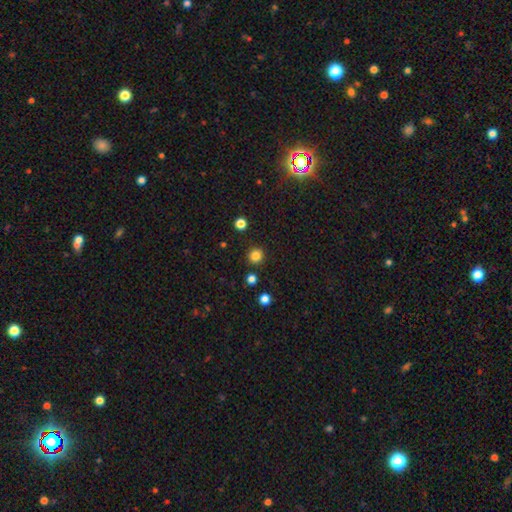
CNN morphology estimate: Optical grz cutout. It shows a smooth galaxy with no disk features (83%) that is round (95%). Merging: none (91%).